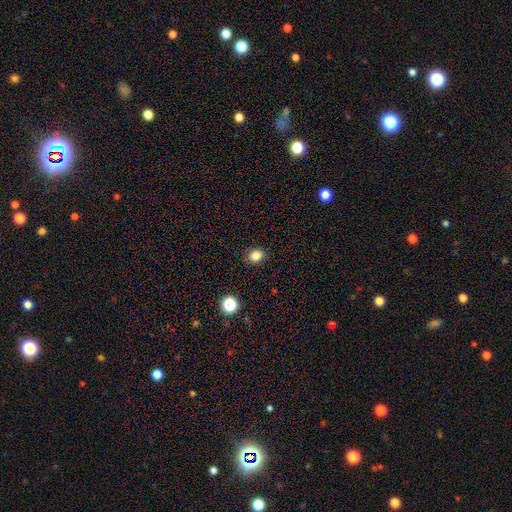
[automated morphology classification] Smooth or featured? Predicted: smooth (p=0.83). How rounded? Predicted: round (p=0.62). Merging? Predicted: none (p=0.89).